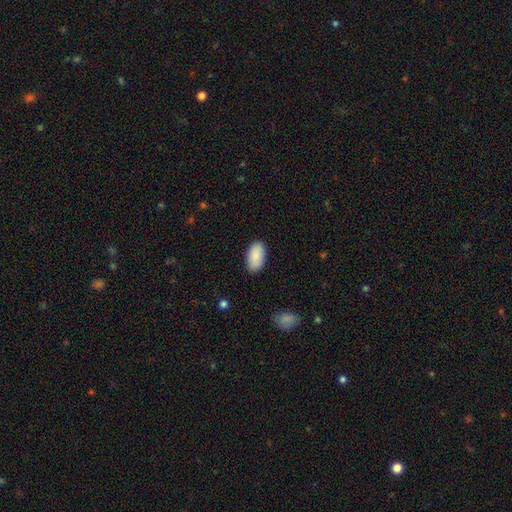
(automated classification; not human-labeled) Overall: smooth (90%). How rounded: in between (96%). Merging: none (87%).